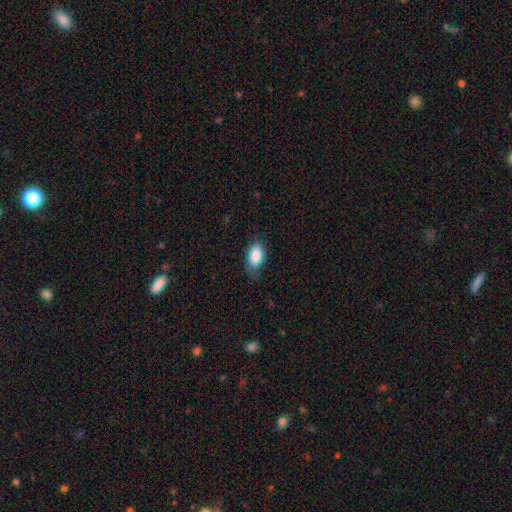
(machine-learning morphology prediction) Smooth or featured: smooth — 86% (featured or disk — 7%)
How rounded: in between — 90% (round — 8%)
Merging: none — 69% (minor disturbance — 24%)